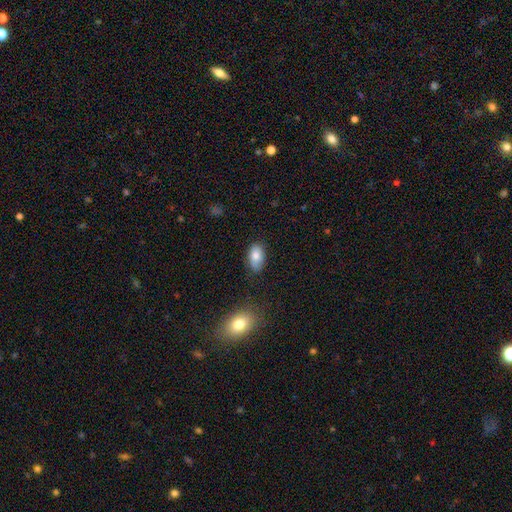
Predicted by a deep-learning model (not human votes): Smooth or featured? Predicted: smooth (p=0.83). How rounded? Predicted: in between (p=0.92). Merging? Predicted: none (p=0.79).